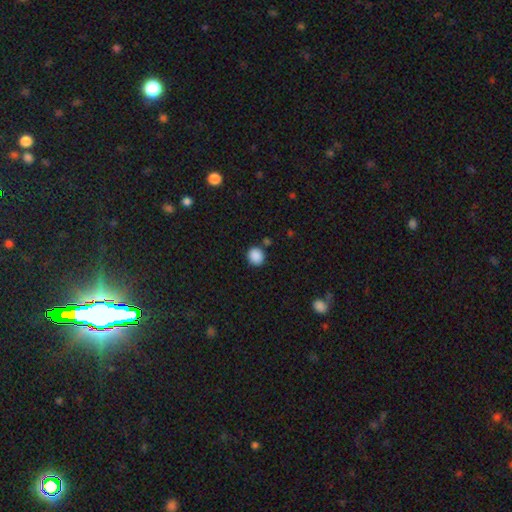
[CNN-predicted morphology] This is clearly a smooth galaxy (88%). How rounded: clearly round (86%). Merging: clearly none (86%).